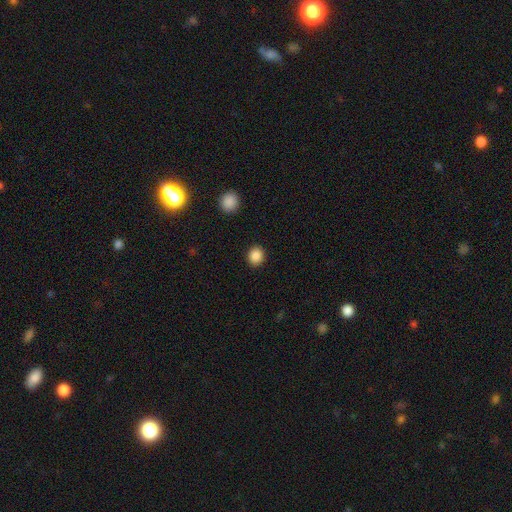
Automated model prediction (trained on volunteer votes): Smooth or featured?
  - smooth: 87% *
  - star or artifact: 10%
  - featured or disk: 3%
How rounded?
  - round: 81% *
  - in between: 18%
  - cigar-shaped: 1%
Merging?
  - none: 91% *
  - minor disturbance: 6%
  - major disturbance: 2%
  - merger: 1%